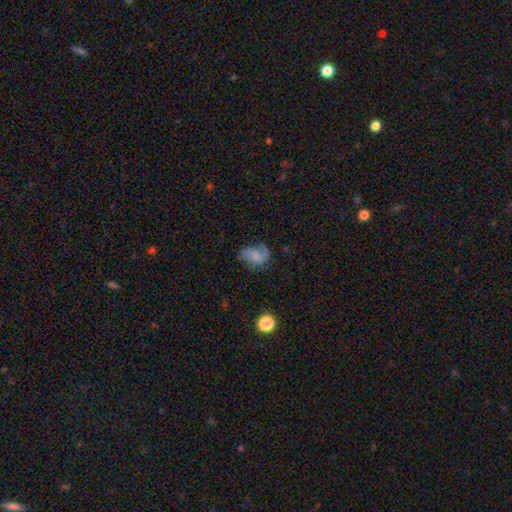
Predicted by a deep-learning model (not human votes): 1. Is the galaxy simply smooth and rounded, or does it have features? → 48% featured or disk, 42% smooth, 9% star or artifact.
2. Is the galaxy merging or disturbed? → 54% none, 26% minor disturbance, 18% major disturbance, 2% merger.